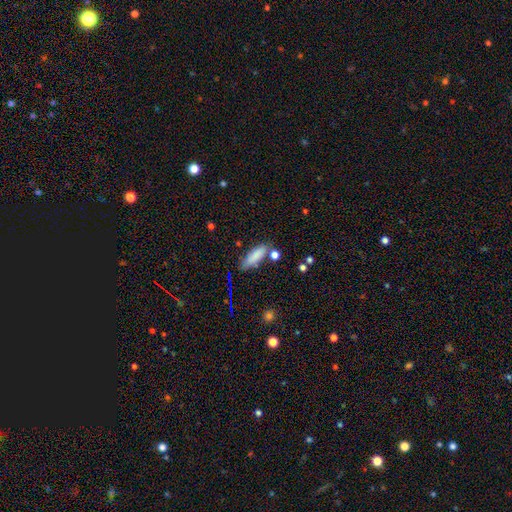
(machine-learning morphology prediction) Overall: smooth (83%). How rounded: in between (52%; cigar-shaped 46%). Merging: none (69%).